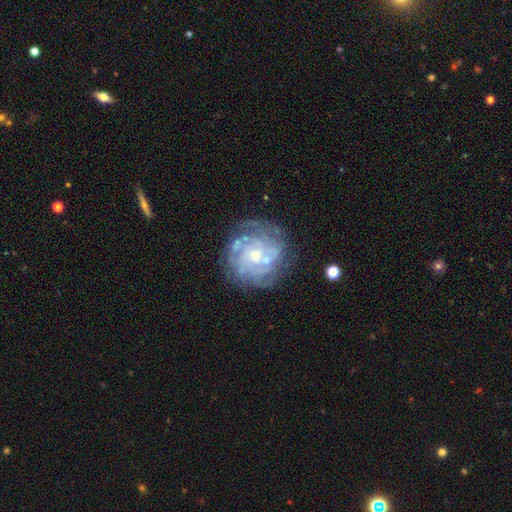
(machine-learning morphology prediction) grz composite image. It shows a featured or disk galaxy (80%) with no bar (77%), tight (68%) spiral arms (87%) and a small central bulge (68%). Merging: none (72%).